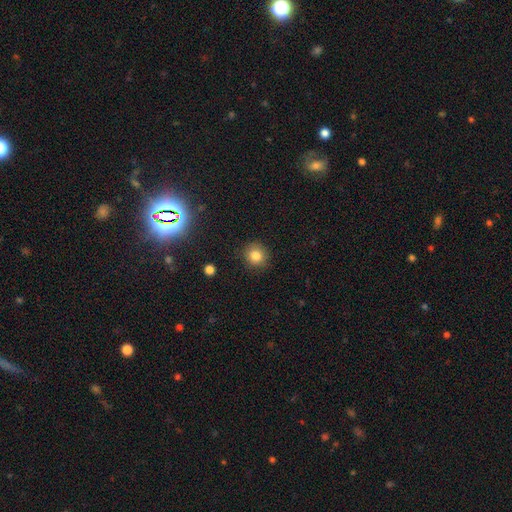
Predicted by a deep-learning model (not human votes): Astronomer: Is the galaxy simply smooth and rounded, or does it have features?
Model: smooth — 82%.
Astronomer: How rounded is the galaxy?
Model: round — 88%.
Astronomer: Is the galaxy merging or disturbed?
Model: none — 89%.